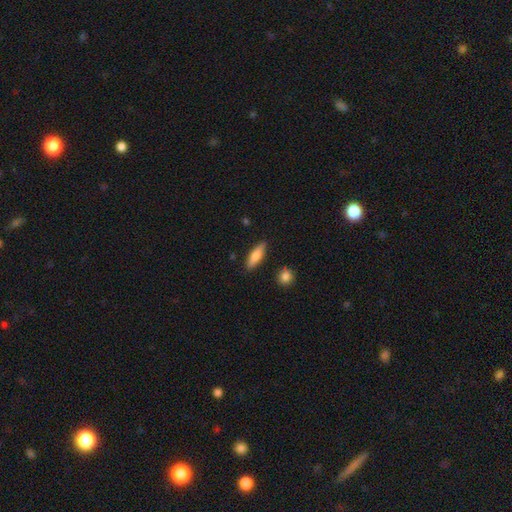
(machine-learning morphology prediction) smooth_or_featured: smooth (p=0.68) [alt: featured or disk p=0.26]
how_rounded: cigar-shaped (p=0.58) [alt: in between p=0.40]
merging: none (p=0.87) [alt: minor disturbance p=0.09]